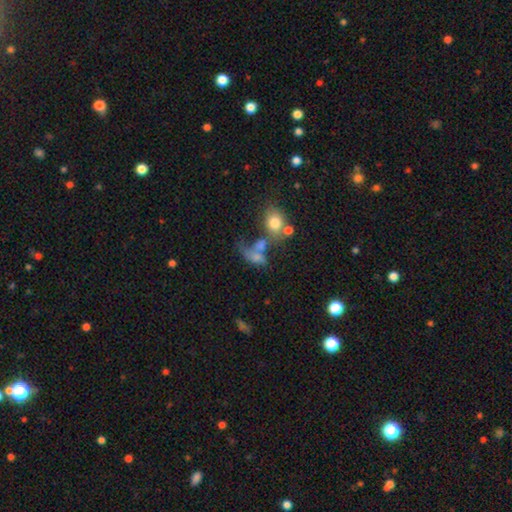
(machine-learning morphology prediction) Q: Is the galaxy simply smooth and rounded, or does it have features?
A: smooth — 59%.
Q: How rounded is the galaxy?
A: in between — 72%.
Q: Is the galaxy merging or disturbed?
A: merger — 46%.